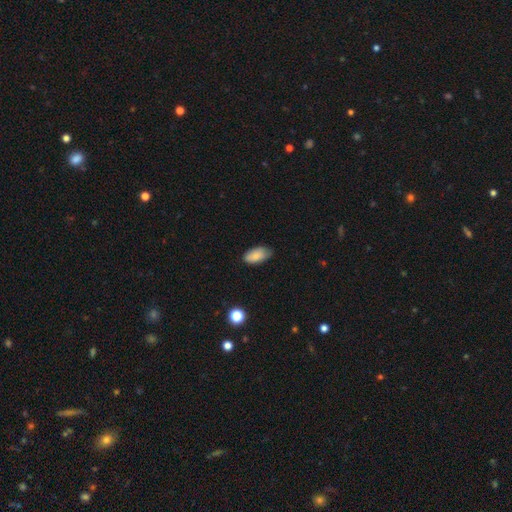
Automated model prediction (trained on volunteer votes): smooth_or_featured: smooth (p=0.83) [alt: featured or disk p=0.09]
how_rounded: in between (p=0.93) [alt: cigar-shaped p=0.04]
merging: none (p=0.70) [alt: minor disturbance p=0.25]